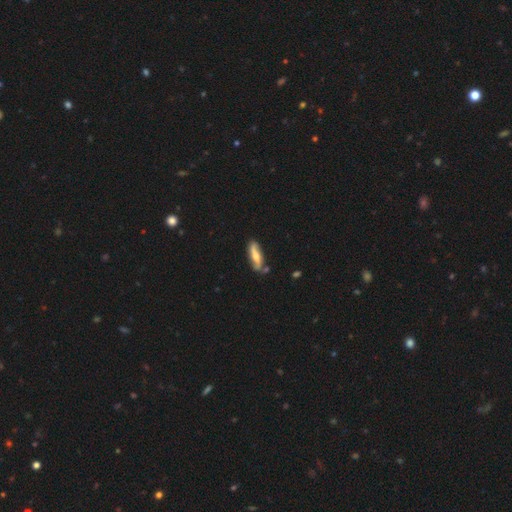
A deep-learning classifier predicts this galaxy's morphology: smooth_or_featured: featured or disk (p=0.62) [alt: smooth p=0.32]
disk_edge_on: no (p=0.71) [alt: yes p=0.29]
merging: none (p=0.73) [alt: minor disturbance p=0.18]